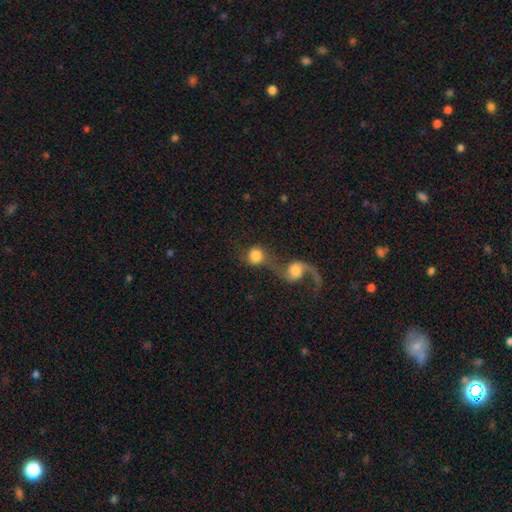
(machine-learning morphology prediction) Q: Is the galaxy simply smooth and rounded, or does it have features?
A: smooth — 70%.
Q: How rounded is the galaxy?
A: round — 85%.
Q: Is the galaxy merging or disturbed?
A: merger — 67%.